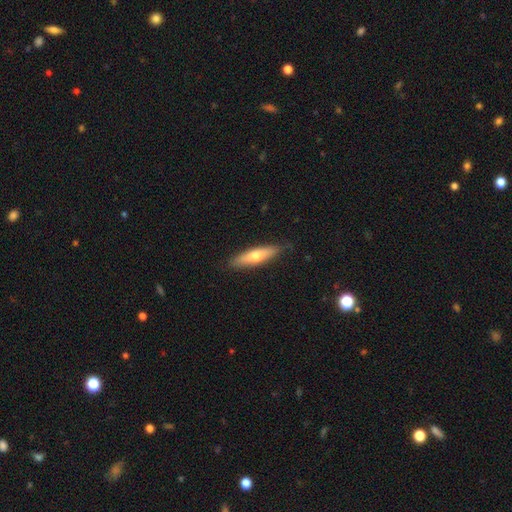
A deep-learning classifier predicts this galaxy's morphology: smooth_or_featured: smooth (p=0.58) [alt: featured or disk p=0.37]
how_rounded: cigar-shaped (p=0.72) [alt: in between p=0.26]
merging: none (p=0.85) [alt: minor disturbance p=0.11]